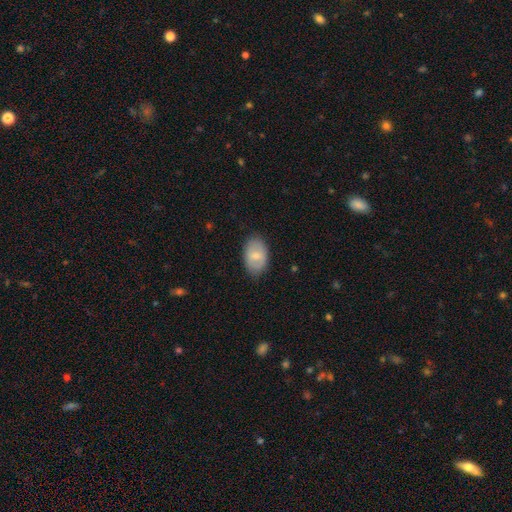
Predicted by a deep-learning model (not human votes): The model was most divided on "smooth or featured": smooth: 66%, featured or disk: 28%, star or artifact: 6%. More confident: how rounded — in between (88%); merging — none (81%).